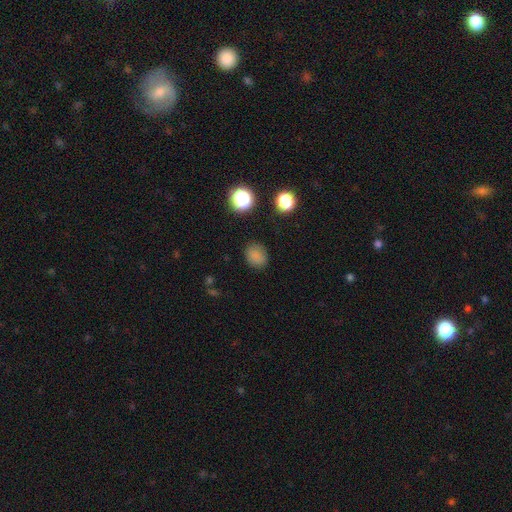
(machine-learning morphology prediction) This appears to be a smooth galaxy with no disk features (81%) that is round (62%). Merging: none (83%).